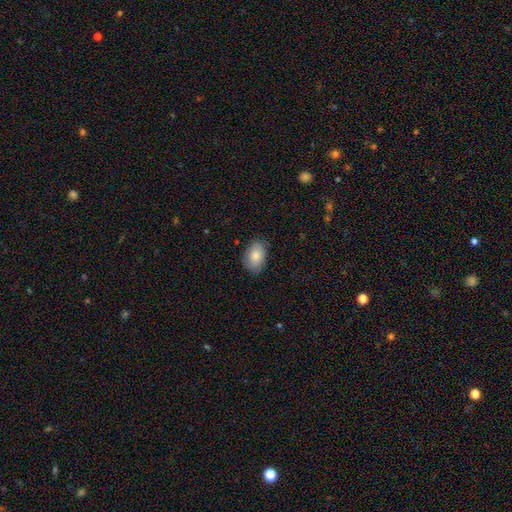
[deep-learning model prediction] Smooth or featured: smooth — 82% (featured or disk — 11%)
How rounded: in between — 89% (round — 10%)
Merging: none — 80% (minor disturbance — 16%)